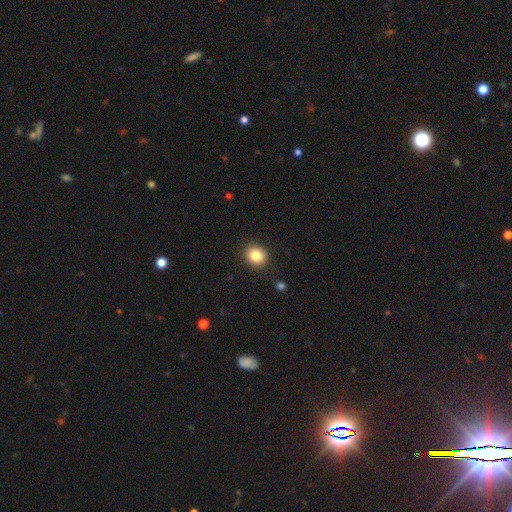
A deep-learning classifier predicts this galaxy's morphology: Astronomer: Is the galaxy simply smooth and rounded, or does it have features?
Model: smooth — 84%.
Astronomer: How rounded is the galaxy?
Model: round — 74%.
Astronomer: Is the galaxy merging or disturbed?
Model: none — 89%.